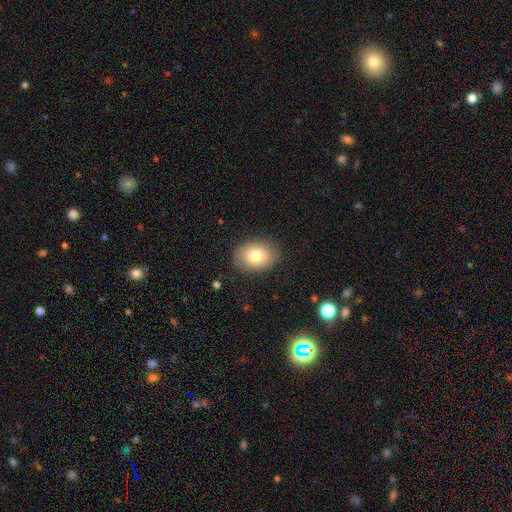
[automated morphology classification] Q: Smooth or featured?
A: smooth (81%); runner-up: featured or disk (12%)
Q: How rounded?
A: in between (72%); runner-up: round (27%)
Q: Merging?
A: none (85%); runner-up: minor disturbance (11%)